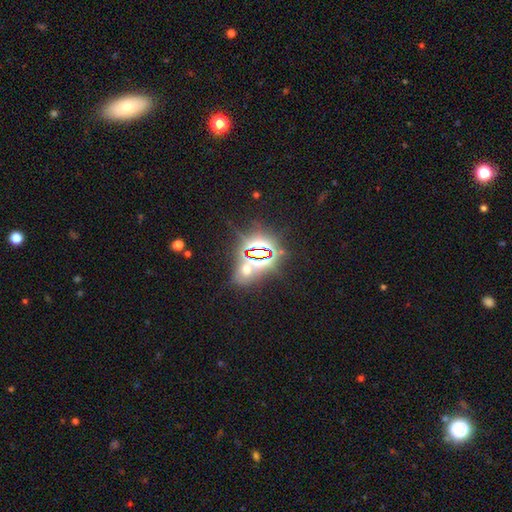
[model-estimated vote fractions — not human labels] Smooth or featured?
  - star or artifact: 80% *
  - smooth: 12%
  - featured or disk: 8%